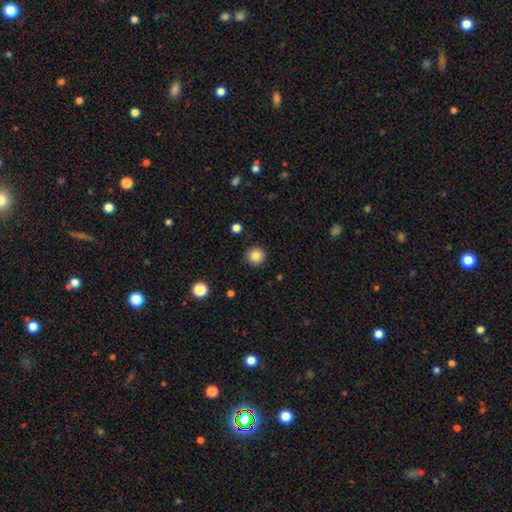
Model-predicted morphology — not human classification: Smooth or featured: smooth — 85% (star or artifact — 10%)
How rounded: round — 95% (in between — 4%)
Merging: none — 91% (minor disturbance — 6%)